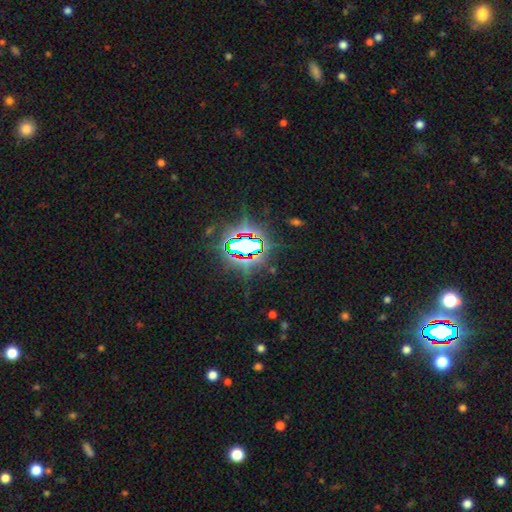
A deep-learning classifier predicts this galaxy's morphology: The model was most divided on "smooth or featured": star or artifact: 84%, smooth: 9%, featured or disk: 7%.